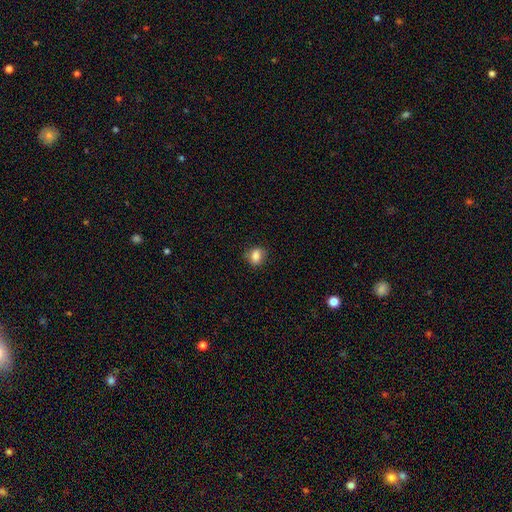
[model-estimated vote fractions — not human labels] Smooth or featured?
  - smooth: 81% *
  - star or artifact: 10%
  - featured or disk: 9%
How rounded?
  - round: 51% *
  - in between: 48%
  - cigar-shaped: 1%
Merging?
  - none: 79% *
  - minor disturbance: 16%
  - major disturbance: 4%
  - merger: 1%